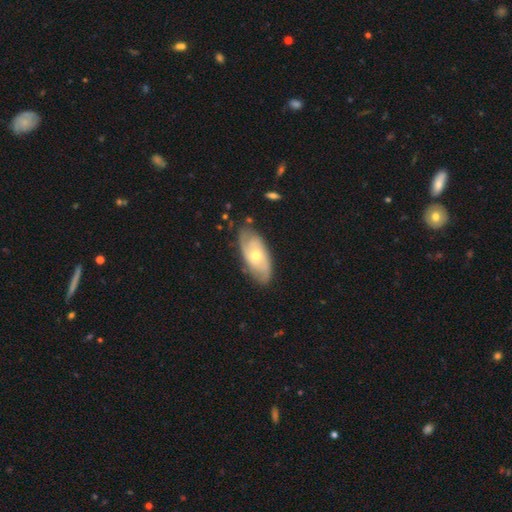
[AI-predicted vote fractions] Smooth or featured: featured or disk — 65% (smooth — 29%)
Edge-on disk: no — 89% (yes — 11%)
Bar: no — 75% (weak — 21%)
Spiral arms: yes — 81% (no — 19%)
Bulge size: moderate — 55% (small — 42%)
Merging: none — 75% (minor disturbance — 18%)